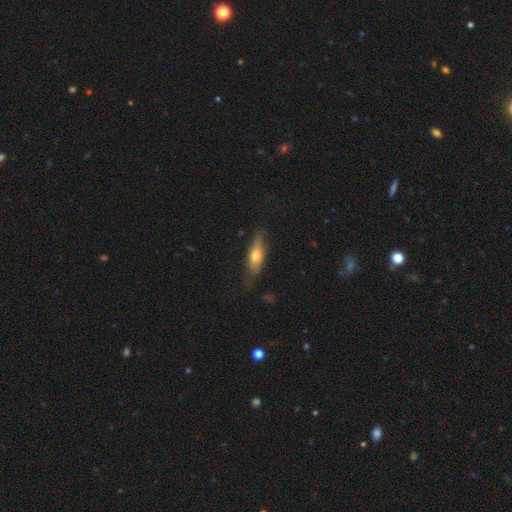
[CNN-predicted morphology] type=smooth (53%); roundness=cigar-shaped (51%); merging=none (71%).